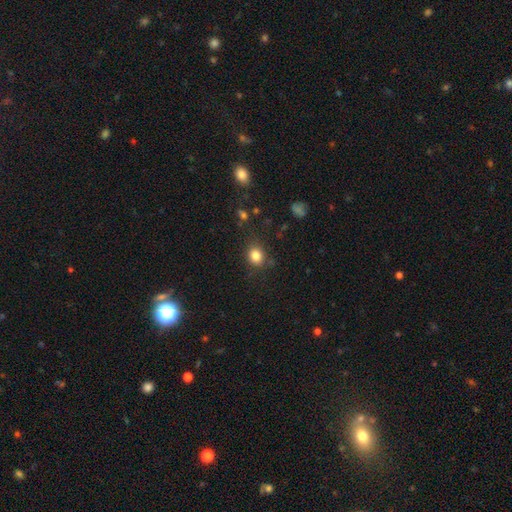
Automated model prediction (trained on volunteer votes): This is clearly a smooth galaxy (83%). How rounded: likely round (65%). Merging: likely none (79%).